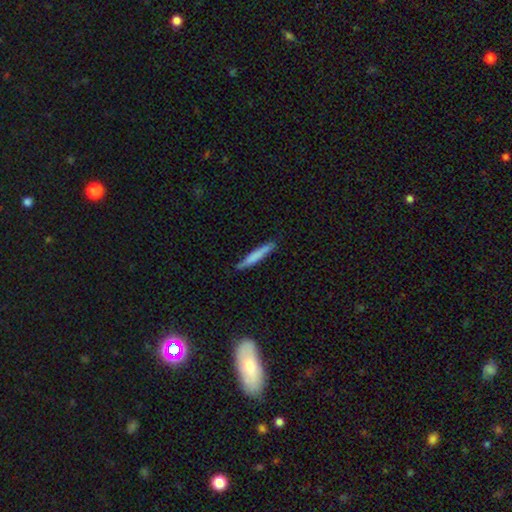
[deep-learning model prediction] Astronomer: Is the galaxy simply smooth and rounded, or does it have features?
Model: smooth — 73%.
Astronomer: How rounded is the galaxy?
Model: cigar-shaped — 95%.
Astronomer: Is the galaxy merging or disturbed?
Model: none — 83%.